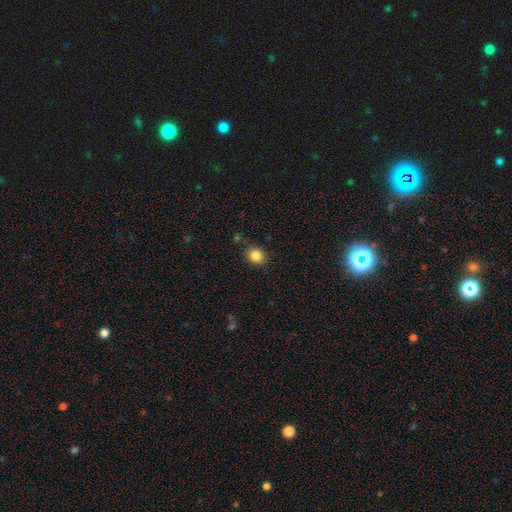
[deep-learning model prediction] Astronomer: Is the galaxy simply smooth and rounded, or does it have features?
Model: smooth — 84%.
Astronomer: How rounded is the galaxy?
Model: round — 80%.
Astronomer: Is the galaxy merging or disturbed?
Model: none — 88%.